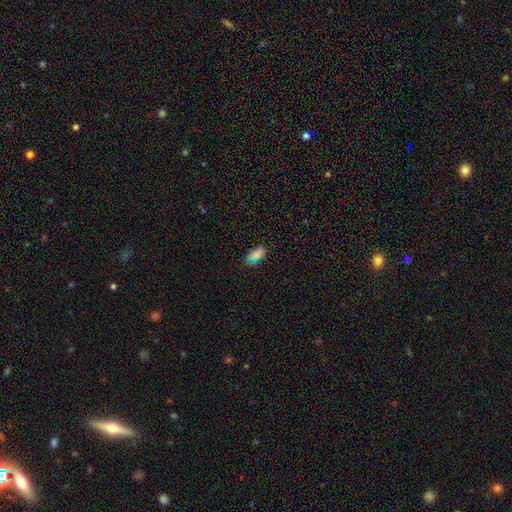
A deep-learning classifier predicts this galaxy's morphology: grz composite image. It shows a smooth galaxy with no disk features (73%) that is in between round and cigar-shaped (88%). Merging: none (80%).